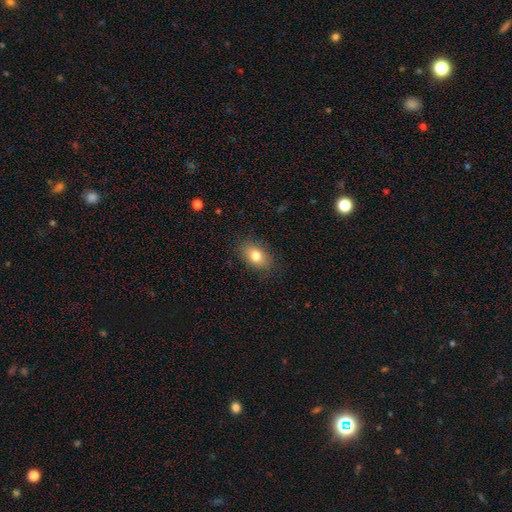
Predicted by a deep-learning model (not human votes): A smooth galaxy with no disk features (80%) that is in between round and cigar-shaped (82%). Merging: none (86%).